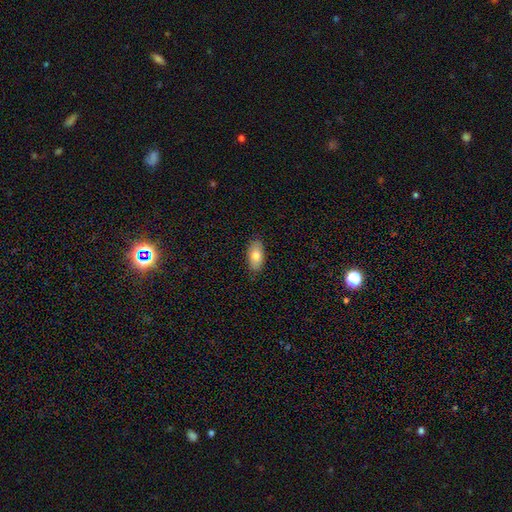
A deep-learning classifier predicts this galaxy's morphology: Smooth or featured?
  - smooth: 77% *
  - featured or disk: 16%
  - star or artifact: 6%
How rounded?
  - in between: 93% *
  - cigar-shaped: 4%
  - round: 3%
Merging?
  - none: 87% *
  - minor disturbance: 10%
  - major disturbance: 2%
  - merger: 1%